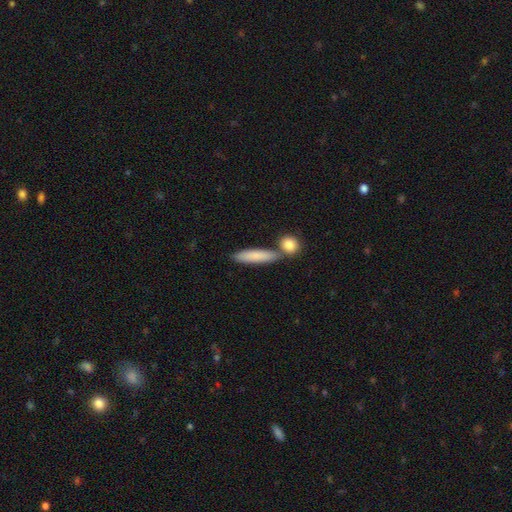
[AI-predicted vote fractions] smooth 81%, featured or disk 14%, star or artifact 6%. Down the decision tree: how rounded — cigar-shaped (74%); merging — none (70%).